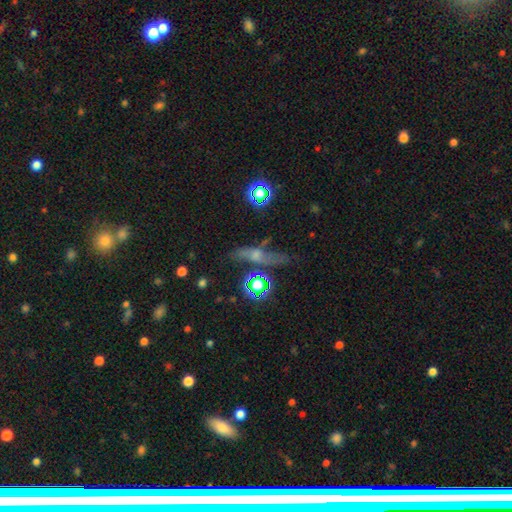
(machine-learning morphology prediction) Q: Smooth or featured?
A: featured or disk (42%); runner-up: star or artifact (30%)
Q: Merging?
A: none (65%); runner-up: minor disturbance (17%)